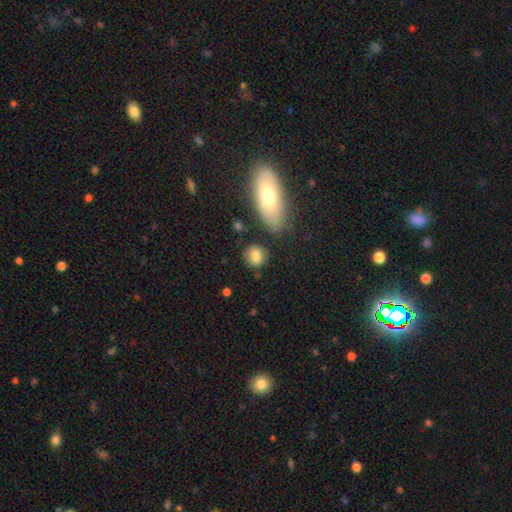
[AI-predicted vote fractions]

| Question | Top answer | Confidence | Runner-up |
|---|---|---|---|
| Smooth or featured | smooth | 81% | featured or disk (10%) |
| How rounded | round | 71% | in between (26%) |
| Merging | none | 79% | minor disturbance (12%) |